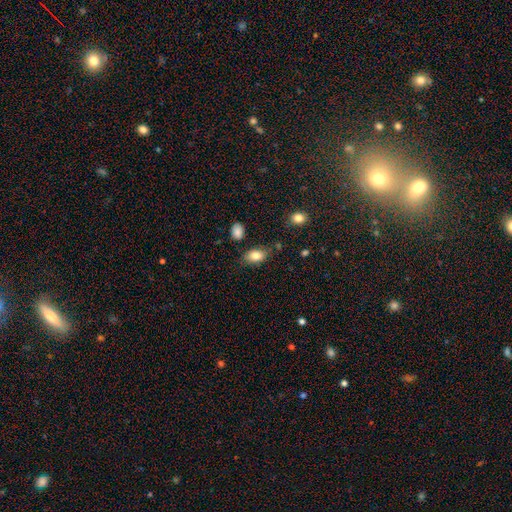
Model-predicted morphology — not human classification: Smooth or featured: smooth — 83% (featured or disk — 9%)
How rounded: in between — 89% (round — 9%)
Merging: none — 77% (minor disturbance — 16%)